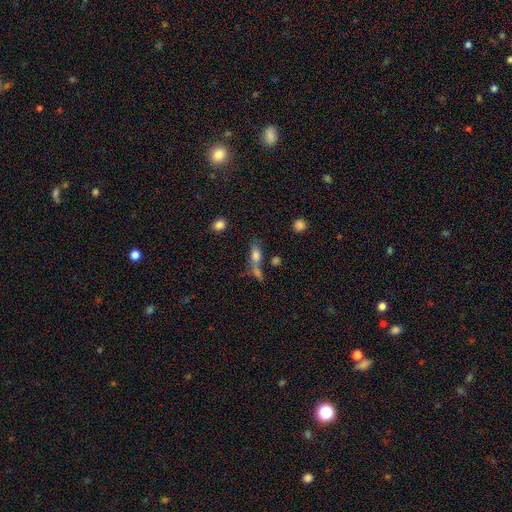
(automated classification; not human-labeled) A smooth galaxy with no disk features (70%) that is in between round and cigar-shaped (68%). Merging: merger (40%).